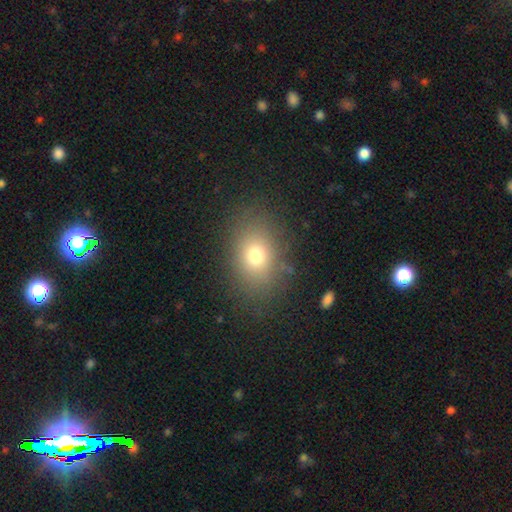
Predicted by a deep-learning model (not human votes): This is likely a smooth galaxy (73%). How rounded: likely in between (65%). Merging: clearly none (83%).